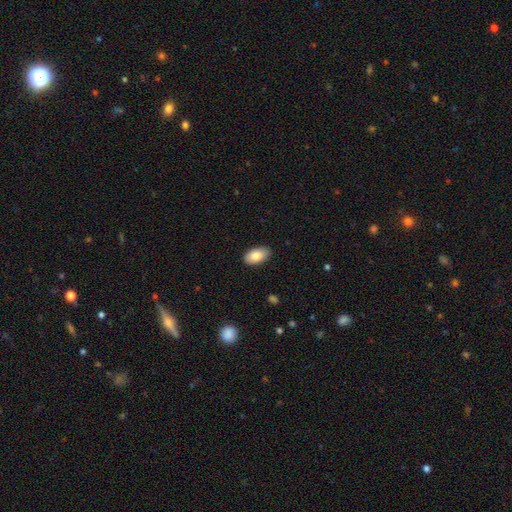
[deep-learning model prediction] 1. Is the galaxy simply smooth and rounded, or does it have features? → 84% smooth, 10% featured or disk, 6% star or artifact.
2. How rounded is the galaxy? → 94% in between, 4% round, 2% cigar-shaped.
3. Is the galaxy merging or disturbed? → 87% none, 10% minor disturbance, 2% major disturbance, 1% merger.